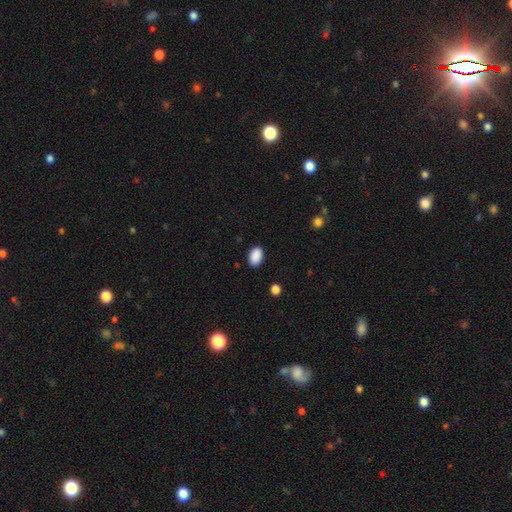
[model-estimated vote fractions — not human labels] A smooth galaxy with no disk features (90%) that is in between round and cigar-shaped (89%). Merging: none (86%).